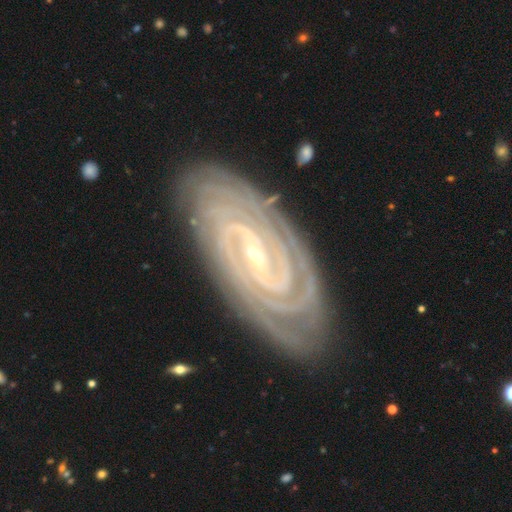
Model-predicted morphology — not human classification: Smooth or featured?
  - featured or disk: 93% *
  - star or artifact: 4%
  - smooth: 3%
Edge-on disk?
  - no: 95% *
  - yes: 5%
Bar?
  - strong: 45% *
  - weak: 35%
  - no: 20%
Spiral arms?
  - yes: 99% *
  - no: 1%
Spiral winding?
  - tight: 86% *
  - medium: 12%
  - loose: 2%
Spiral arm count?
  - 2: 28% *
  - 3: 19%
  - 4: 19%
  - can't tell: 16%
  - more than 4: 11%
  - 1: 7%
Bulge size?
  - small: 78% *
  - moderate: 19%
  - none: 1%
  - large: 1%
  - dominant: 1%
Merging?
  - none: 84% *
  - minor disturbance: 12%
  - major disturbance: 3%
  - merger: 1%